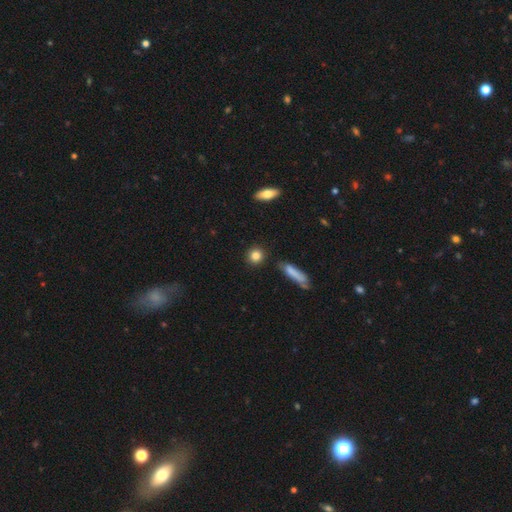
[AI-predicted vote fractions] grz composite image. It shows a smooth galaxy with no disk features (85%) that is round (83%). Merging: none (87%).